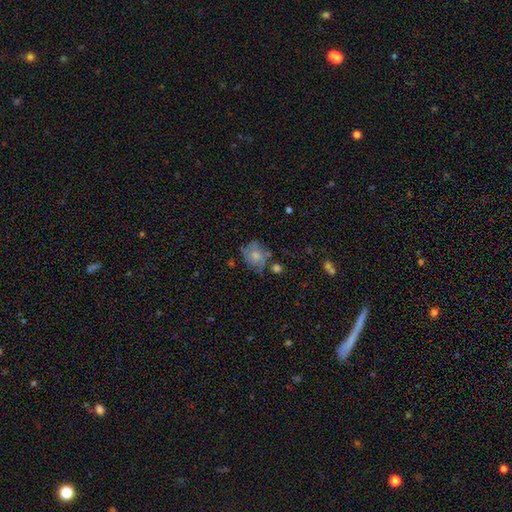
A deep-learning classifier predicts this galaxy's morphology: Q: Smooth or featured?
A: smooth (59%); runner-up: featured or disk (31%)
Q: How rounded?
A: round (54%); runner-up: in between (45%)
Q: Merging?
A: none (49%); runner-up: minor disturbance (28%)